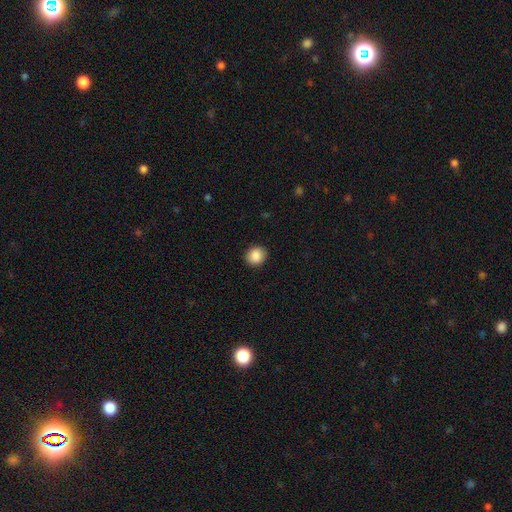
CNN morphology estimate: Q: Smooth or featured?
A: smooth (88%); runner-up: star or artifact (9%)
Q: How rounded?
A: round (82%); runner-up: in between (17%)
Q: Merging?
A: none (91%); runner-up: minor disturbance (6%)